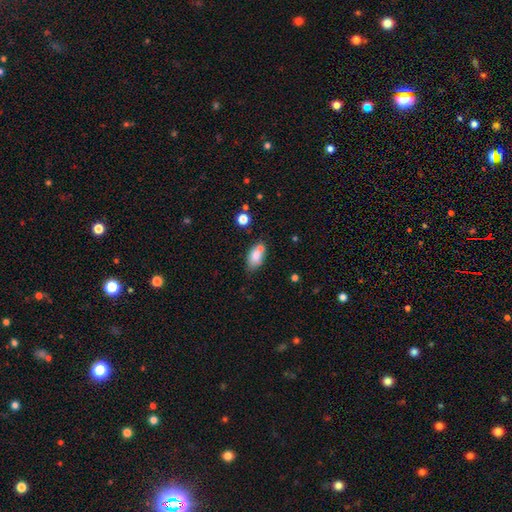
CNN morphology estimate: Overall: smooth (75%). How rounded: in between (86%). Merging: none (50%; merger 25%).